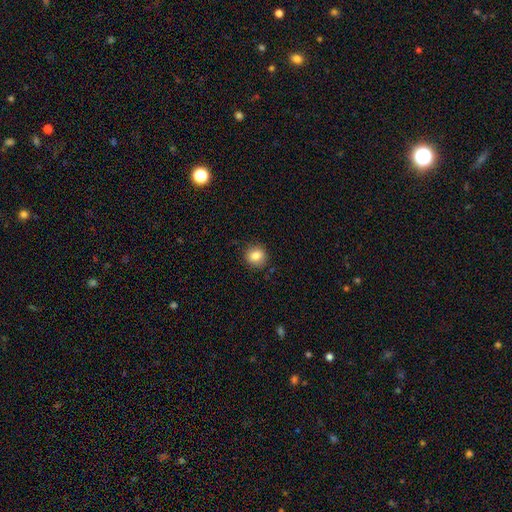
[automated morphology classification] smooth_or_featured: smooth (p=0.84) [alt: star or artifact p=0.10]
how_rounded: round (p=0.86) [alt: in between p=0.13]
merging: none (p=0.89) [alt: minor disturbance p=0.08]